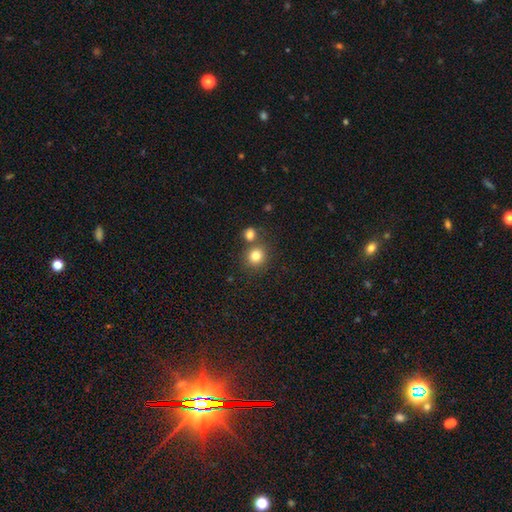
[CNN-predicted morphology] smooth 81%, star or artifact 12%, featured or disk 7%. Down the decision tree: how rounded — round (89%); merging — none (68%).